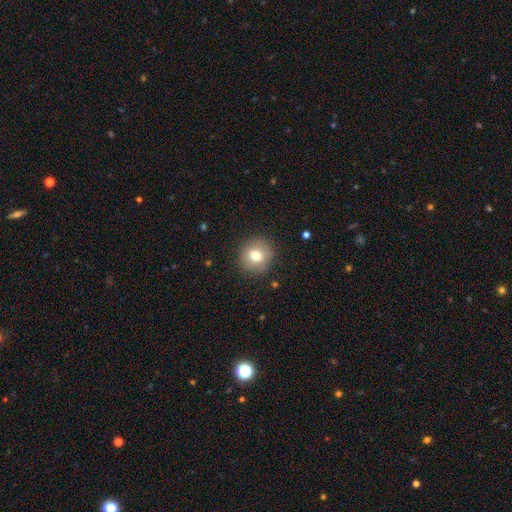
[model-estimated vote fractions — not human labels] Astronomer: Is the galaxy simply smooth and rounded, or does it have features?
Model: smooth — 76%.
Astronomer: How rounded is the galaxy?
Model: round — 89%.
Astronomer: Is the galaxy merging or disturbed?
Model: none — 88%.